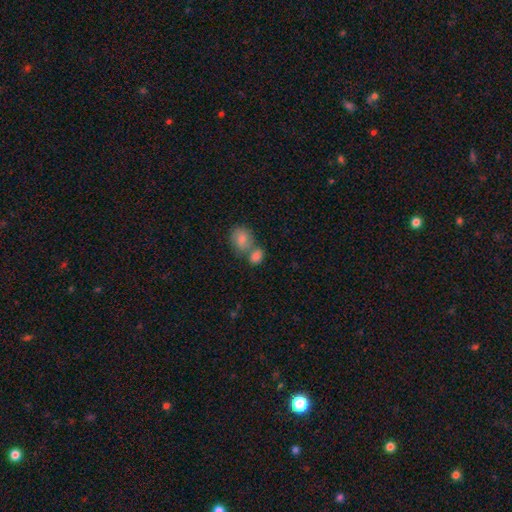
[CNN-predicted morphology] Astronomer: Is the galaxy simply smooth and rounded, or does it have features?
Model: smooth — 82%.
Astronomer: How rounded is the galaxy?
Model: in between — 70%.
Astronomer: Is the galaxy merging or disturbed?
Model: merger — 51% (runner-up: none, 35%).